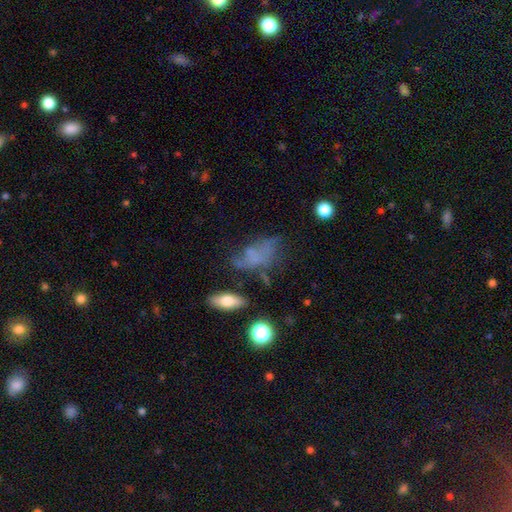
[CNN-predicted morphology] smooth_or_featured: smooth (p=0.47) [alt: featured or disk p=0.37]
merging: none (p=0.37) [alt: major disturbance p=0.28]